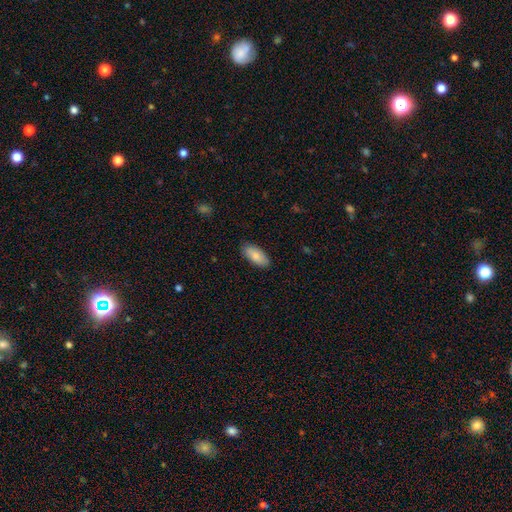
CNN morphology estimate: This is clearly a smooth galaxy (82%). How rounded: clearly in between (90%). Merging: clearly none (86%).